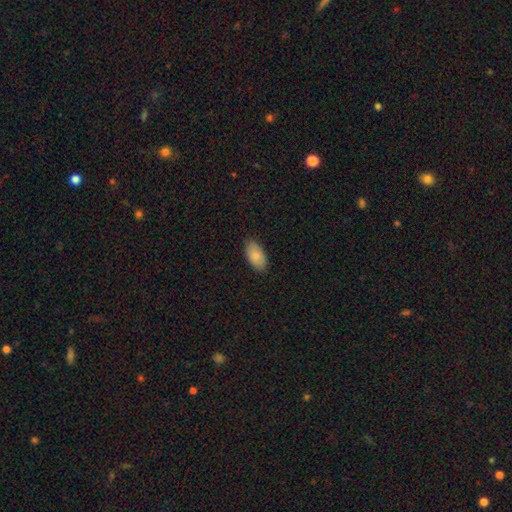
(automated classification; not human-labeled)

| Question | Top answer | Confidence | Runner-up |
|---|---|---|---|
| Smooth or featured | smooth | 84% | featured or disk (10%) |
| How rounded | in between | 95% | round (3%) |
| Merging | none | 84% | minor disturbance (13%) |